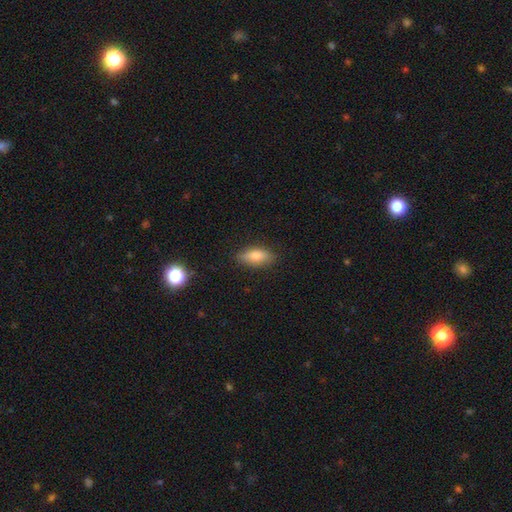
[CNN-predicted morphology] Smooth or featured? smooth (78%)
How rounded? in between (79%)
Merging? none (85%)